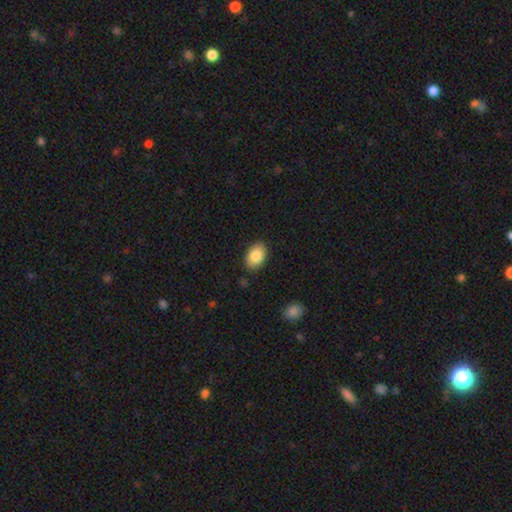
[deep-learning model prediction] A smooth galaxy with no disk features (85%) that is in between round and cigar-shaped (88%).

Vote fractions:
- Smooth or featured? smooth: 85% / featured or disk: 8% / star or artifact: 7%
- How rounded? in between: 88% / round: 11% / cigar-shaped: 1%
- Merging? none: 86% / minor disturbance: 10% / major disturbance: 2% / merger: 1%